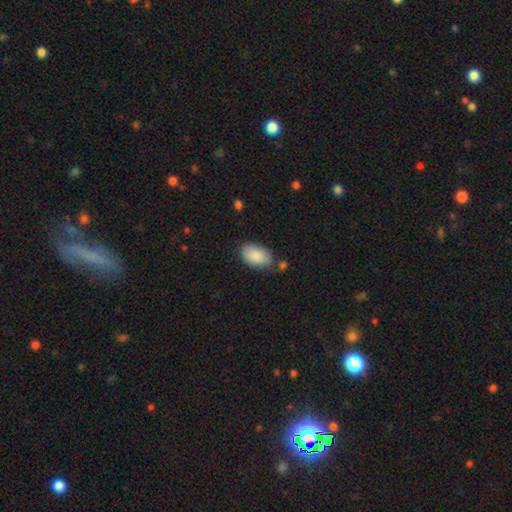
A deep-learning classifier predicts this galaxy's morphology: A smooth galaxy with no disk features (86%) that is in between round and cigar-shaped (93%). Merging: none (75%).